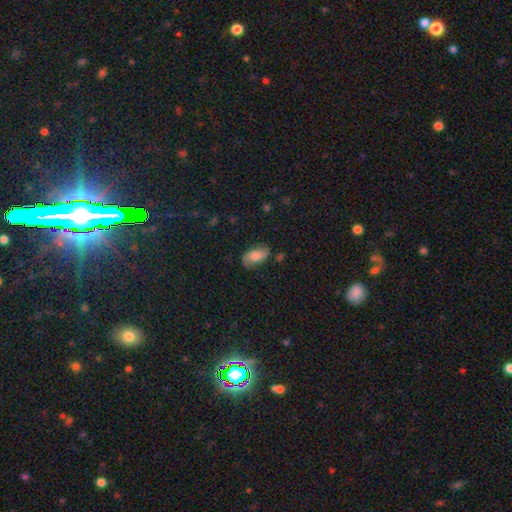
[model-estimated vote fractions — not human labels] Smooth or featured? smooth (58%)
How rounded? in between (92%)
Merging? none (72%)